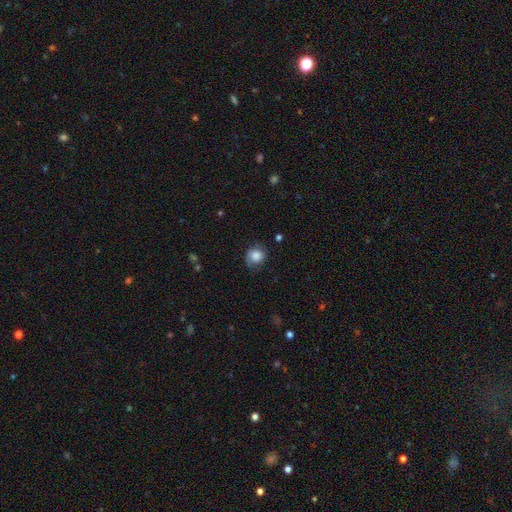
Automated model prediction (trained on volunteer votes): Smooth or featured? Predicted: smooth (p=0.66). How rounded? Predicted: round (p=0.75). Merging? Predicted: none (p=0.61).